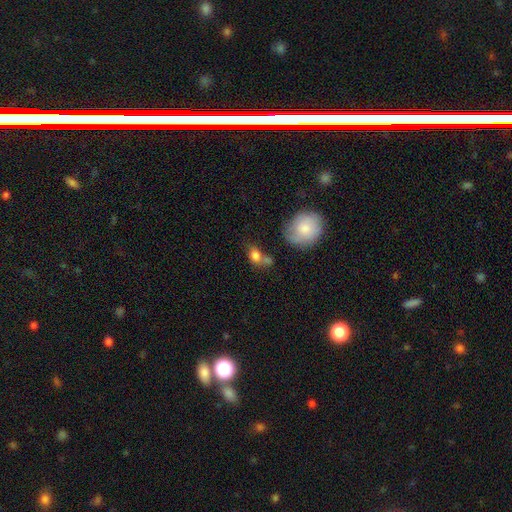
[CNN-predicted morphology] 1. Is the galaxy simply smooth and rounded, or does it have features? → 79% smooth, 11% featured or disk, 10% star or artifact.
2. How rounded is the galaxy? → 63% in between, 35% round, 3% cigar-shaped.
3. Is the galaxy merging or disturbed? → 38% none, 37% merger, 17% minor disturbance, 9% major disturbance.